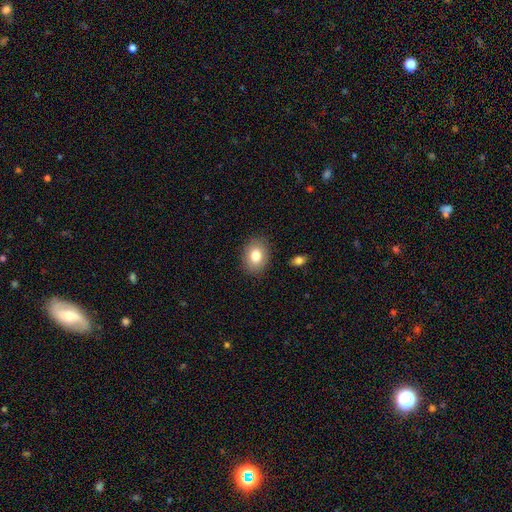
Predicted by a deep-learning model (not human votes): The model was most divided on "how rounded": in between: 63%, round: 36%, cigar-shaped: 1%. More confident: merging — none (87%); smooth or featured — smooth (80%).